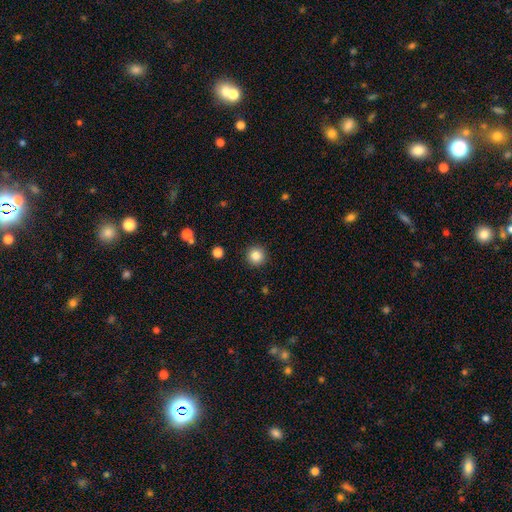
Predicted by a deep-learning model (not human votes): This appears to be a smooth galaxy with no disk features (86%) that is round (96%). Merging: none (92%).